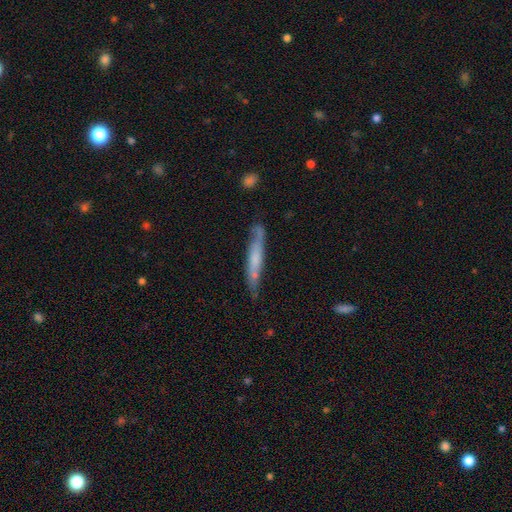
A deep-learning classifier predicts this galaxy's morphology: This is possibly a smooth galaxy (58%). How rounded: clearly cigar-shaped (91%). Merging: likely none (69%).